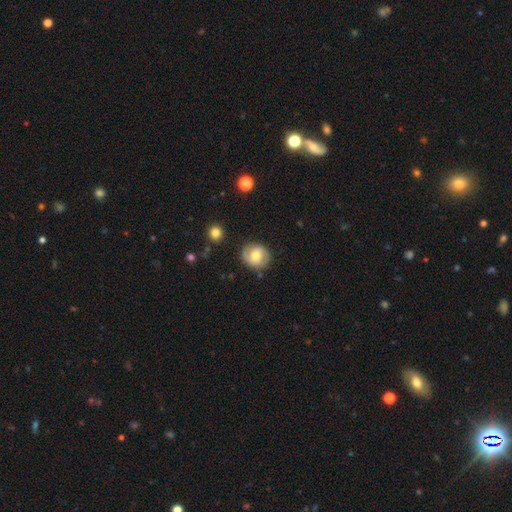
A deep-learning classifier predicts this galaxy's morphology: Smooth or featured?
  - featured or disk: 49% *
  - smooth: 43%
  - star or artifact: 8%
Merging?
  - none: 83% *
  - minor disturbance: 12%
  - major disturbance: 4%
  - merger: 2%